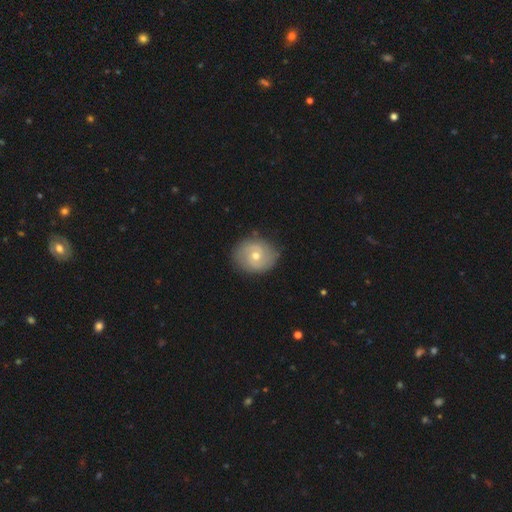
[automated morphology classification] This is likely a featured or disk galaxy (72%). It is clearly not viewed edge-on (97%). Bar: likely no (61%). Spiral arm pattern: clearly yes (88%). Spiral arm count: likely 2 (75%). Spiral winding: possibly tight (53%). Central bulge: possibly moderate (59%). Merging: clearly none (83%).